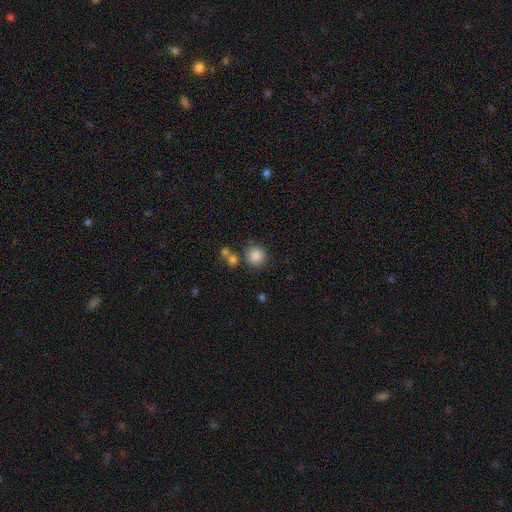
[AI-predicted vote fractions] Smooth or featured? Predicted: smooth (p=0.85). How rounded? Predicted: round (p=0.91). Merging? Predicted: none (p=0.77).